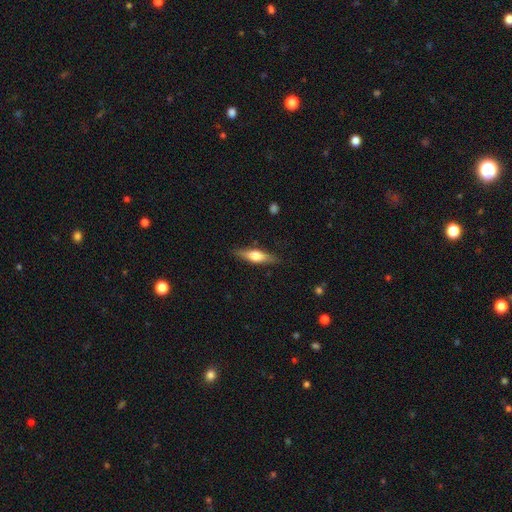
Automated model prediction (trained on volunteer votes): This appears to be a smooth galaxy with no disk features (50%) that is cigar-shaped (60%). Merging: none (85%).